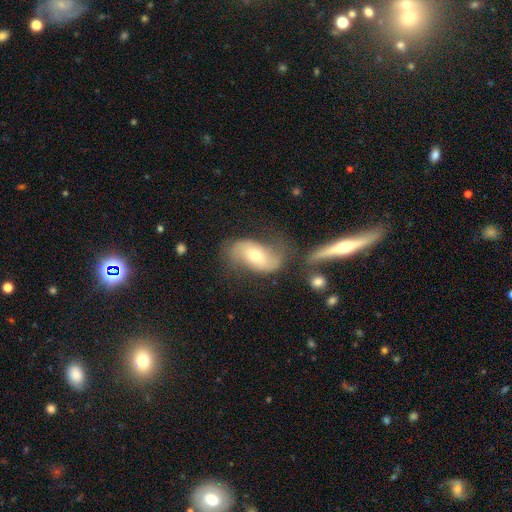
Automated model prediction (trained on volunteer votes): A featured or disk galaxy (59%) with no bar (46%), spiral arms (79%) and a moderate central bulge (59%).

Vote fractions:
- Smooth or featured? featured or disk: 59% / smooth: 34% / star or artifact: 7%
- Edge-on disk? no: 91% / yes: 9%
- Bar? no: 46% / weak: 33% / strong: 21%
- Spiral arms? yes: 79% / no: 21%
- Bulge size? moderate: 59% / small: 35% / large: 4% / dominant: 1% / none: 1%
- Merging? none: 51% / minor disturbance: 20% / merger: 14% / major disturbance: 14%